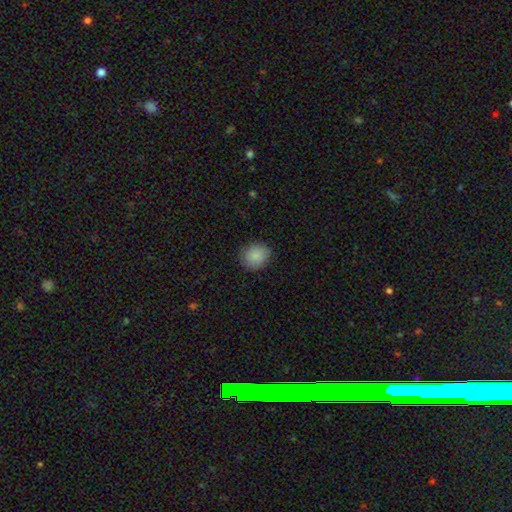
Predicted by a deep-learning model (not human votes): Smooth or featured?
  - smooth: 88% *
  - star or artifact: 8%
  - featured or disk: 4%
How rounded?
  - round: 77% *
  - in between: 22%
  - cigar-shaped: 1%
Merging?
  - none: 85% *
  - minor disturbance: 11%
  - major disturbance: 3%
  - merger: 1%